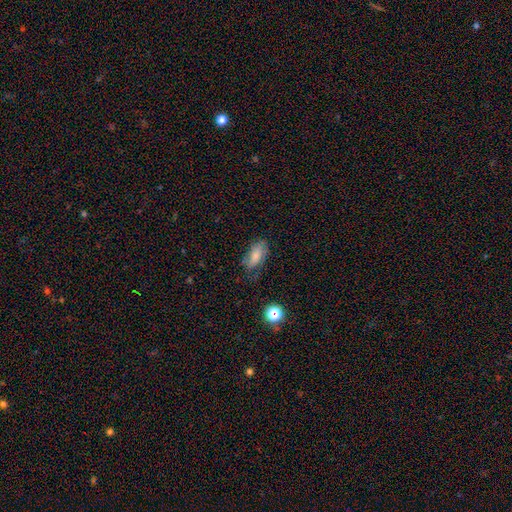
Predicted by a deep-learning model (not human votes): Smooth or featured: smooth — 77% (featured or disk — 15%)
How rounded: in between — 89% (cigar-shaped — 7%)
Merging: none — 63% (minor disturbance — 27%)